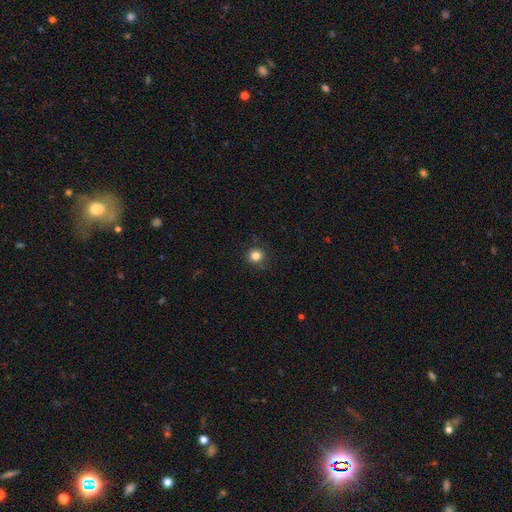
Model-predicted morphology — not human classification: smooth_or_featured: smooth (p=0.84) [alt: star or artifact p=0.12]
how_rounded: round (p=0.91) [alt: in between p=0.08]
merging: none (p=0.88) [alt: minor disturbance p=0.08]